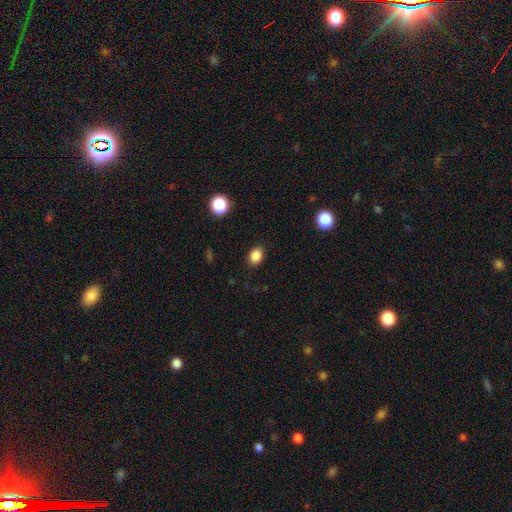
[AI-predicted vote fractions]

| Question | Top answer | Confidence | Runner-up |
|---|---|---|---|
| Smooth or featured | smooth | 86% | star or artifact (11%) |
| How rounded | in between | 58% | round (41%) |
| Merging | none | 86% | minor disturbance (10%) |